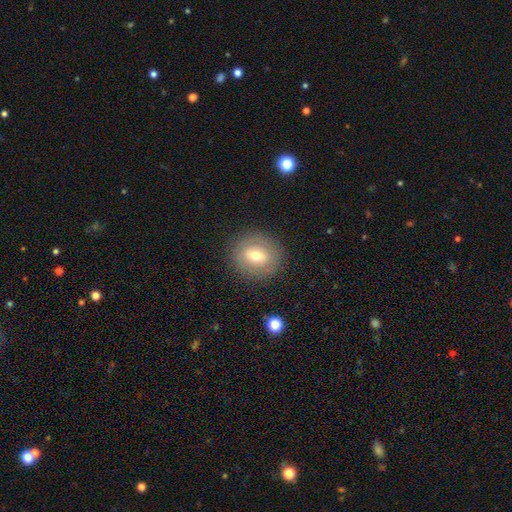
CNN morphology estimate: Smooth or featured: smooth — 58% (featured or disk — 32%)
How rounded: round — 70% (in between — 29%)
Merging: none — 85% (minor disturbance — 9%)